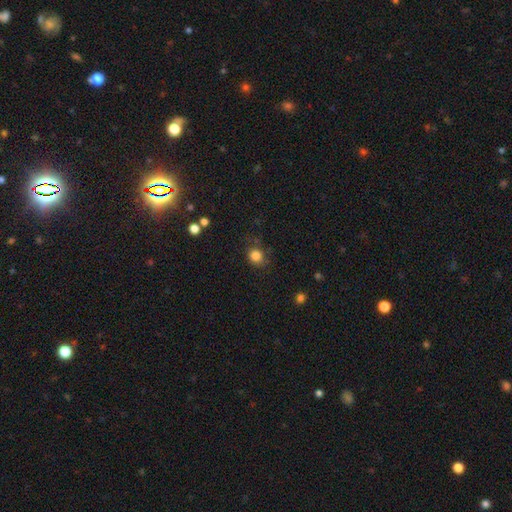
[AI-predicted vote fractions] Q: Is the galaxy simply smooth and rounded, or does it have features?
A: smooth — 84%.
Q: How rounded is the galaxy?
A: round — 78%.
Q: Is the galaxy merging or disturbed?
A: none — 73%.